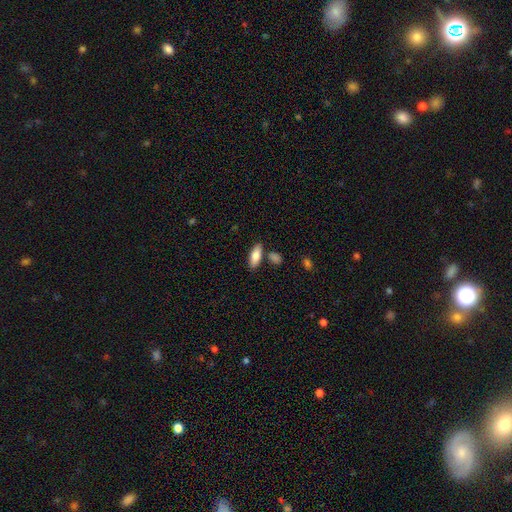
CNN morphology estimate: Smooth or featured: smooth — 82% (featured or disk — 12%)
How rounded: in between — 79% (cigar-shaped — 19%)
Merging: none — 79% (minor disturbance — 11%)